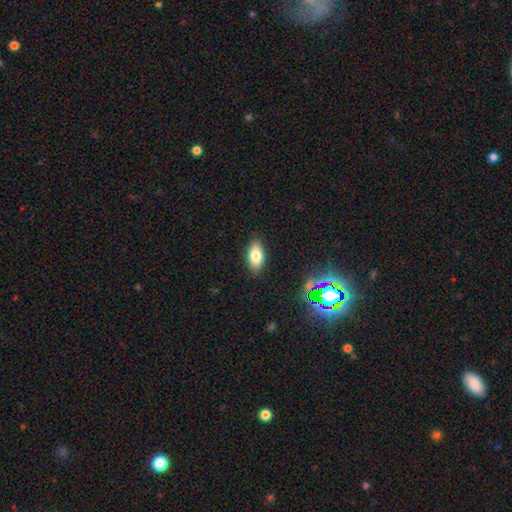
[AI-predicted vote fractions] This appears to be a smooth galaxy with no disk features (79%) that is in between round and cigar-shaped (89%). Merging: none (87%).